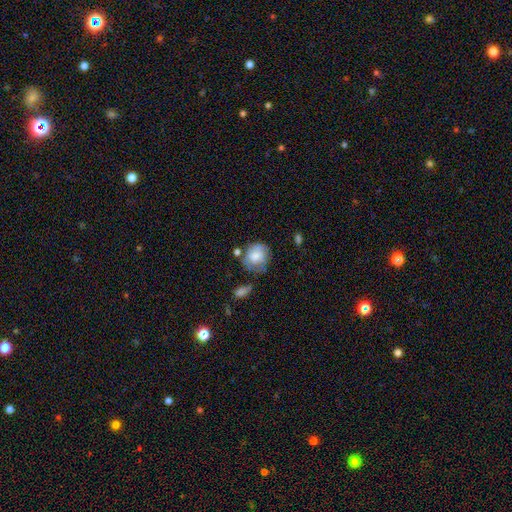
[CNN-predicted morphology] Q: Smooth or featured?
A: smooth (62%); runner-up: featured or disk (30%)
Q: How rounded?
A: round (77%); runner-up: in between (22%)
Q: Merging?
A: none (50%); runner-up: minor disturbance (28%)